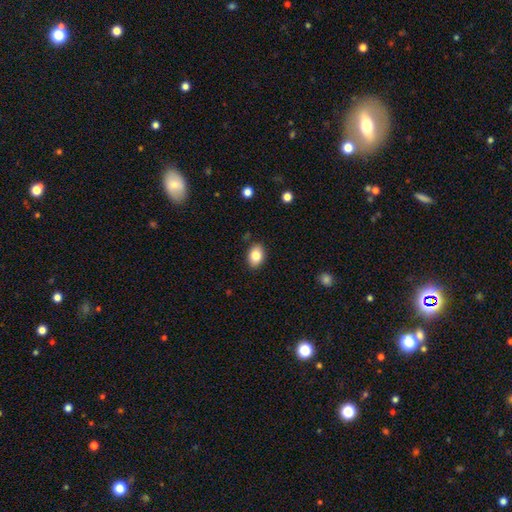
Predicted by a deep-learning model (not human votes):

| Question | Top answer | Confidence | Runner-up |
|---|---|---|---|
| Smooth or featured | smooth | 84% | featured or disk (8%) |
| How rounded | in between | 77% | round (22%) |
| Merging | none | 87% | minor disturbance (10%) |